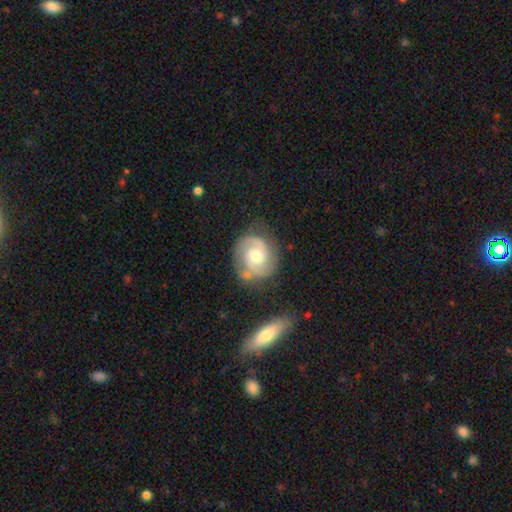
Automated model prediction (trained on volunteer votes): A featured or disk galaxy (85%) with no bar (61%), 2 (86%) tight (48%) spiral arms (97%) and a moderate central bulge (65%). Merging: none (72%).